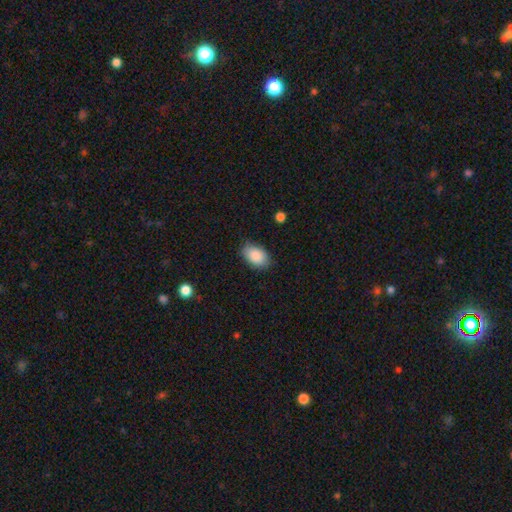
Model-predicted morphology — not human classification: Smooth or featured: smooth — 88% (star or artifact — 7%)
How rounded: in between — 90% (round — 9%)
Merging: none — 81% (minor disturbance — 15%)